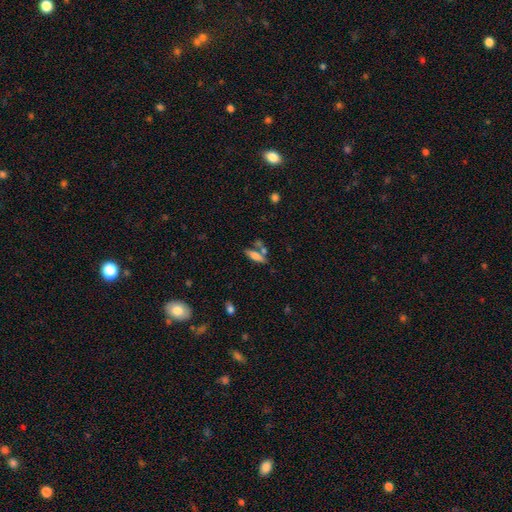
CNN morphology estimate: Smooth or featured: smooth — 69% (featured or disk — 22%)
How rounded: cigar-shaped — 52% (in between — 45%)
Merging: none — 57% (merger — 24%)